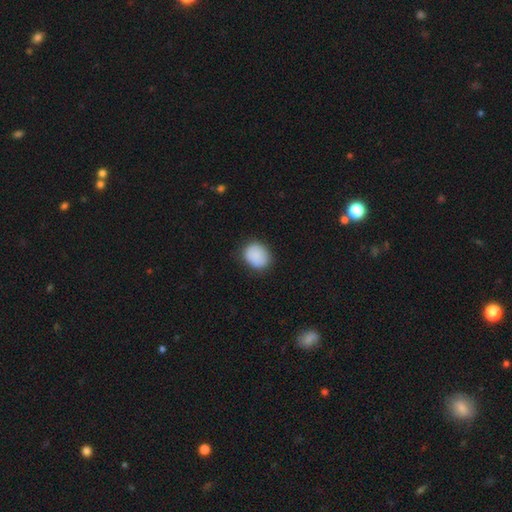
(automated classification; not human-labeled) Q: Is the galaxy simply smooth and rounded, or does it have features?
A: smooth — 88%.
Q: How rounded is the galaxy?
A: round — 63%.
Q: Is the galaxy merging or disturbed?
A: none — 81%.